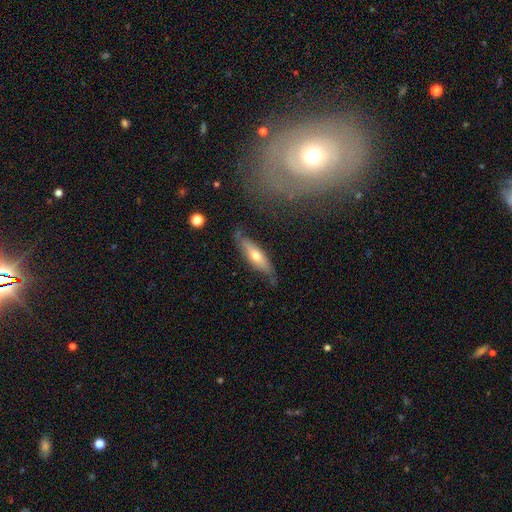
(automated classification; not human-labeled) smooth_or_featured: smooth (p=0.51) [alt: featured or disk p=0.43]
how_rounded: cigar-shaped (p=0.58) [alt: in between p=0.40]
merging: none (p=0.67) [alt: minor disturbance p=0.25]